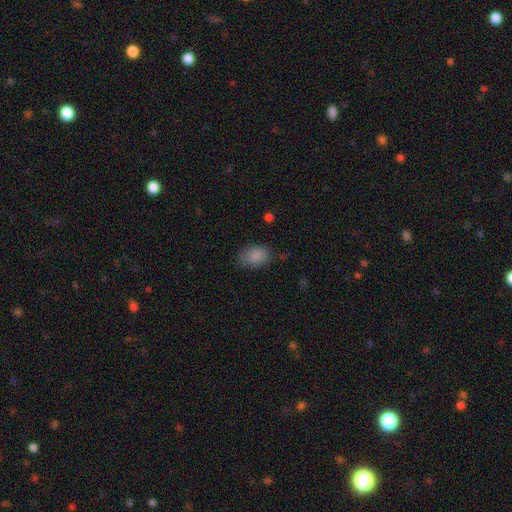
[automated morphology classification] type=smooth (86%); roundness=in between (82%); merging=none (75%).